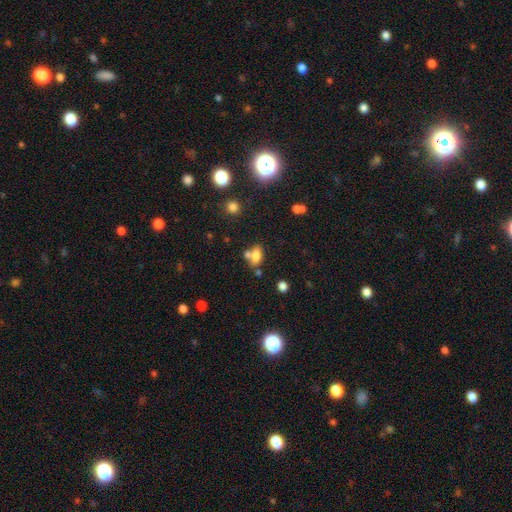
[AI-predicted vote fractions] This appears to be a smooth galaxy with no disk features (74%) that is in between round and cigar-shaped (85%). Merging: none (49%).